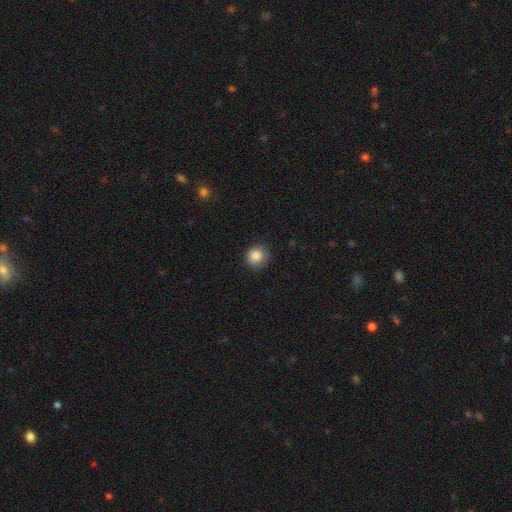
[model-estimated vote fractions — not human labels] smooth-or-featured: smooth: 86% | star or artifact: 9% | featured or disk: 5%
  how-rounded: round: 83% | in between: 17% | cigar-shaped: 1%
  merging: none: 78% | minor disturbance: 17% | major disturbance: 4% | merger: 1%